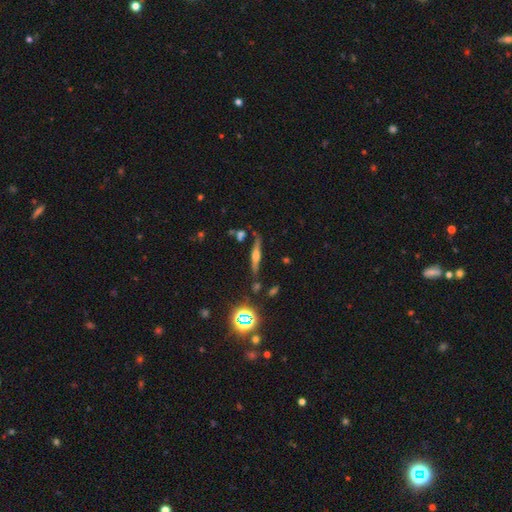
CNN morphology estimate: type=featured or disk (61%); edge-on=yes (93%); edge-on bulge=rounded (79%); merging=none (77%).